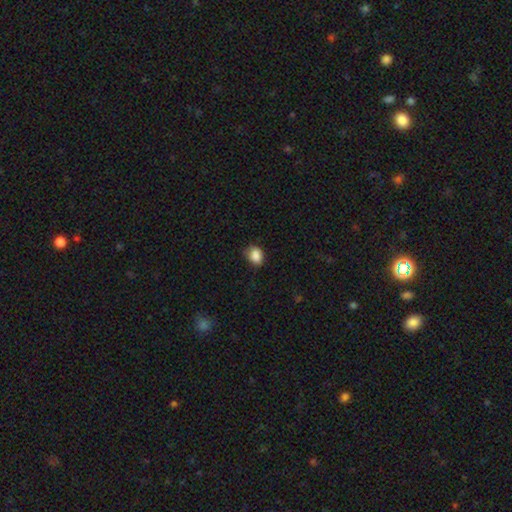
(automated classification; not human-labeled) Q: Smooth or featured?
A: smooth (87%); runner-up: star or artifact (9%)
Q: How rounded?
A: round (50%); runner-up: in between (49%)
Q: Merging?
A: none (70%); runner-up: minor disturbance (25%)